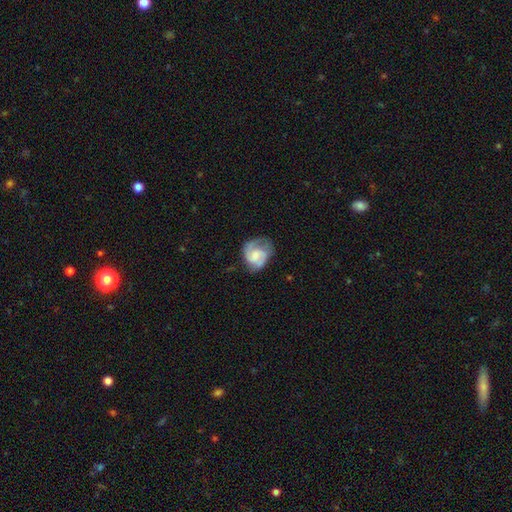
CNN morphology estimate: A featured or disk galaxy (67%) with no bar (49%), 2 (71%) medium (48%) spiral arms (90%) and a small central bulge (35%).

Vote fractions:
- Smooth or featured? featured or disk: 67% / smooth: 26% / star or artifact: 6%
- Edge-on disk? no: 98% / yes: 2%
- Bar? no: 49% / weak: 42% / strong: 9%
- Spiral arms? yes: 90% / no: 10%
- Spiral winding? medium: 48% / tight: 32% / loose: 20%
- Spiral arm count? 2: 71% / can't tell: 12% / 3: 8% / 1: 7% / 4: 2% / more than 4: 1%
- Bulge size? small: 35% / moderate: 34% / none: 21% / large: 8% / dominant: 2%
- Merging? none: 54% / minor disturbance: 27% / major disturbance: 17% / merger: 2%